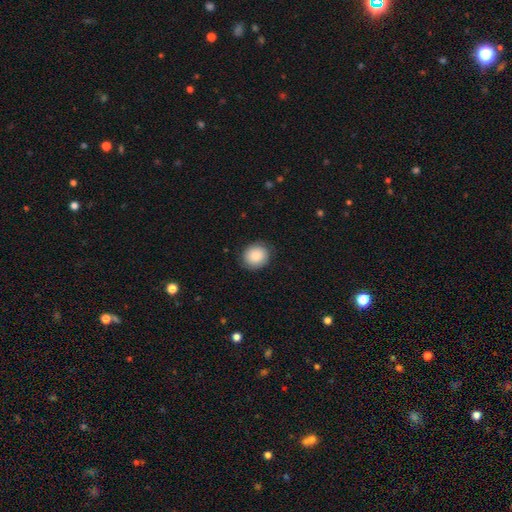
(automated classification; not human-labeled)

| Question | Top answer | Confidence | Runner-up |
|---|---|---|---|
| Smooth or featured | smooth | 83% | featured or disk (10%) |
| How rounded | round | 79% | in between (20%) |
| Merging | none | 84% | minor disturbance (12%) |